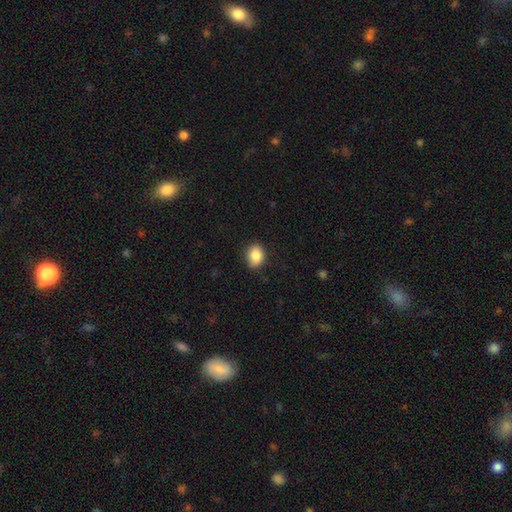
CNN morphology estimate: smooth-or-featured: smooth: 86% | star or artifact: 8% | featured or disk: 6%
  how-rounded: in between: 56% | round: 43% | cigar-shaped: 1%
  merging: none: 85% | minor disturbance: 12% | major disturbance: 2% | merger: 1%